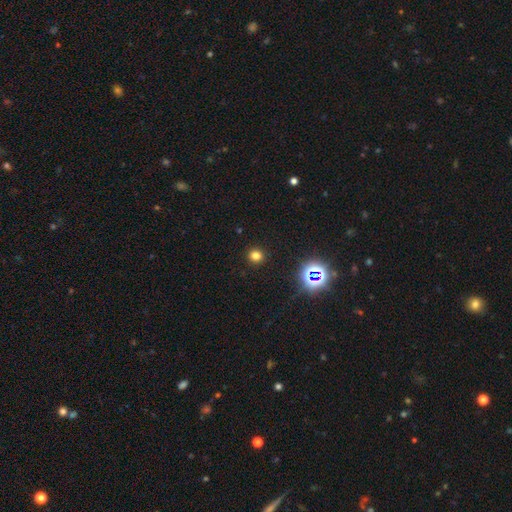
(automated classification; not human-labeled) This appears to be a smooth galaxy with no disk features (75%) that is round (85%). Merging: none (91%).